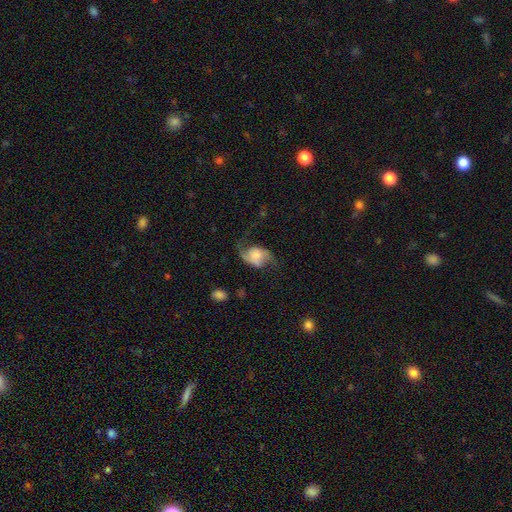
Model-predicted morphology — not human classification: Smooth or featured? featured or disk (62%)
Edge-on disk? no (96%)
Bar? no (67%)
Spiral arms? yes (88%)
Spiral winding? loose (68%)
Spiral arm count? 2 (84%)
Bulge size? moderate (25%)
Merging? none (47%)